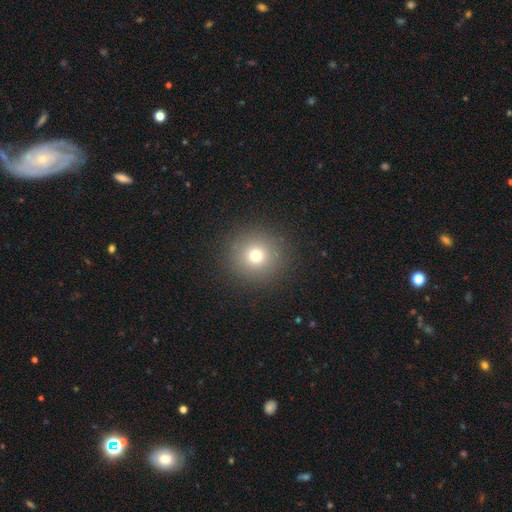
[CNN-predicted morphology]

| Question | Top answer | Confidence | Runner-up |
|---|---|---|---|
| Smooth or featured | smooth | 74% | star or artifact (15%) |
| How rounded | round | 95% | in between (4%) |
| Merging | none | 90% | minor disturbance (6%) |